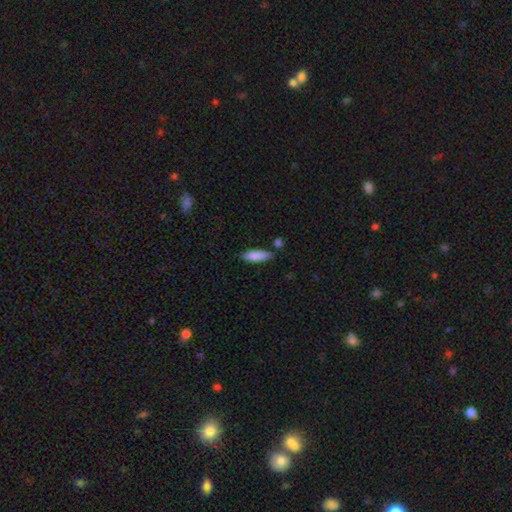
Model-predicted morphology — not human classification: smooth-or-featured: smooth: 85% | featured or disk: 9% | star or artifact: 6%
  how-rounded: cigar-shaped: 58% | in between: 41% | round: 2%
  merging: none: 75% | minor disturbance: 16% | merger: 6% | major disturbance: 3%